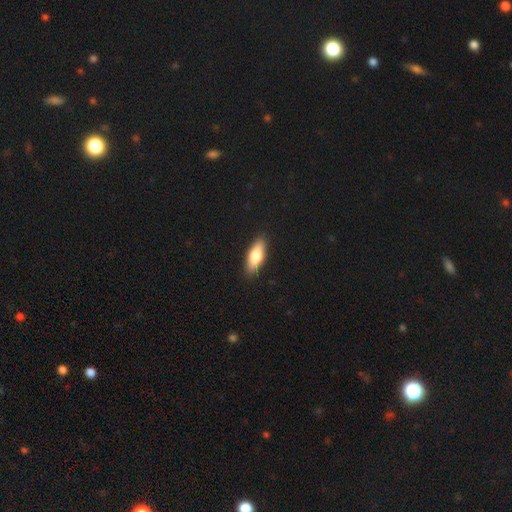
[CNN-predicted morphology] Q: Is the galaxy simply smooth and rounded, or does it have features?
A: smooth — 77%.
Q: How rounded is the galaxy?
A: in between — 70%.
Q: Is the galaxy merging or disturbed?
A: none — 89%.